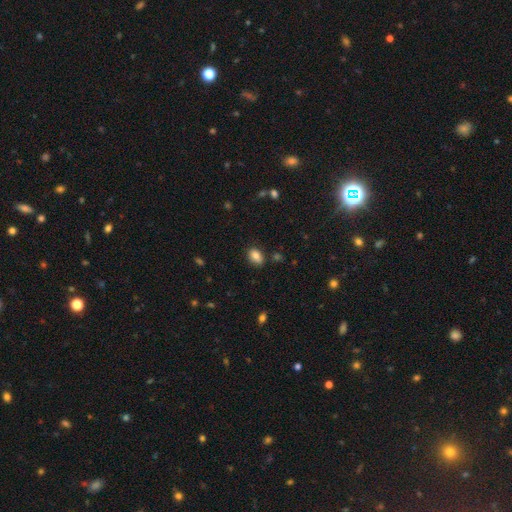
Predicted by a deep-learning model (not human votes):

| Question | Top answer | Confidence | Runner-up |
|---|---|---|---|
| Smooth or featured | smooth | 82% | star or artifact (10%) |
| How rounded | in between | 78% | round (20%) |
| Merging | none | 76% | minor disturbance (17%) |